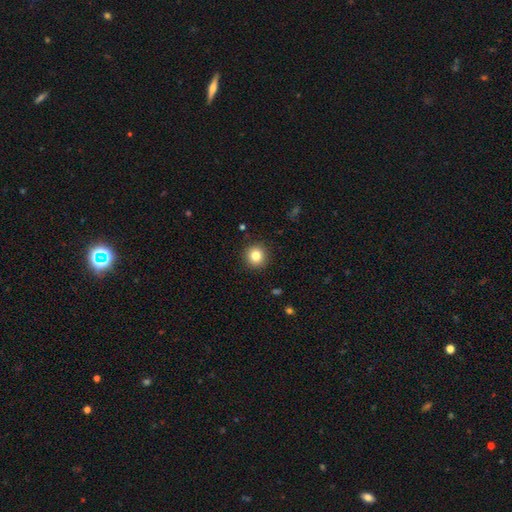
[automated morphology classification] Smooth or featured? Predicted: smooth (p=0.83). How rounded? Predicted: round (p=0.93). Merging? Predicted: none (p=0.90).